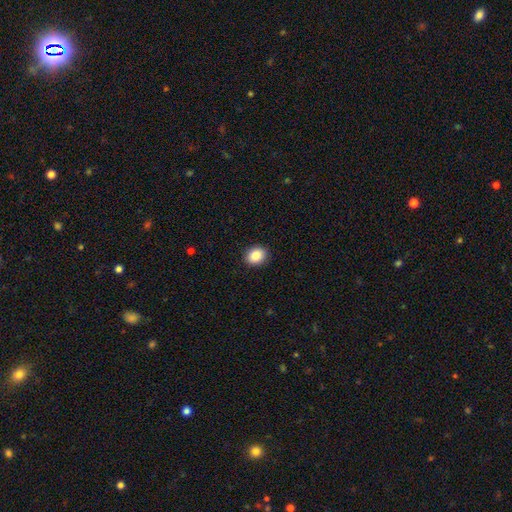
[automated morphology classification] Smooth or featured? Predicted: smooth (p=0.87). How rounded? Predicted: round (p=0.55). Merging? Predicted: none (p=0.91).